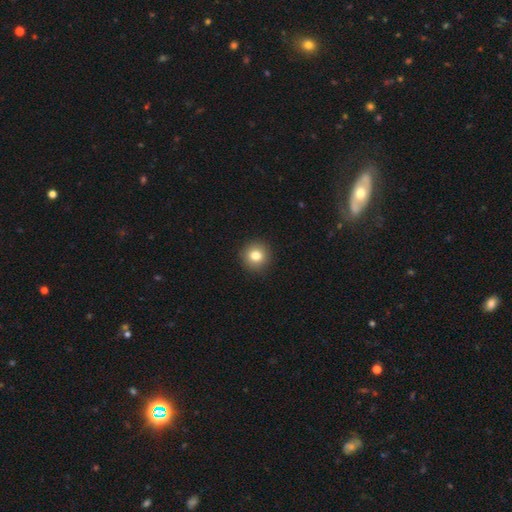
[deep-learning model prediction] This appears to be a smooth galaxy with no disk features (81%) that is round (94%). Merging: none (92%).